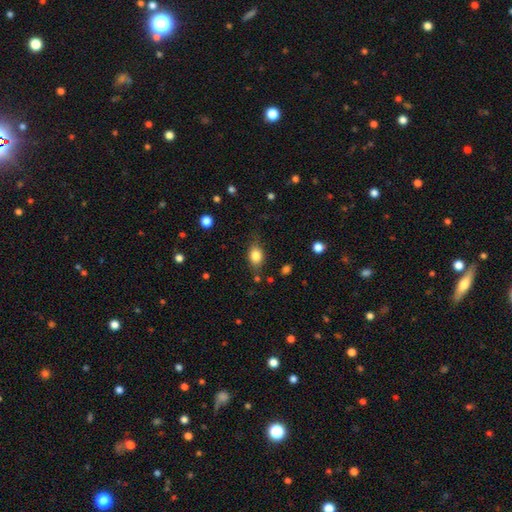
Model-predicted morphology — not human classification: Smooth or featured? smooth (82%)
How rounded? in between (72%)
Merging? none (72%)